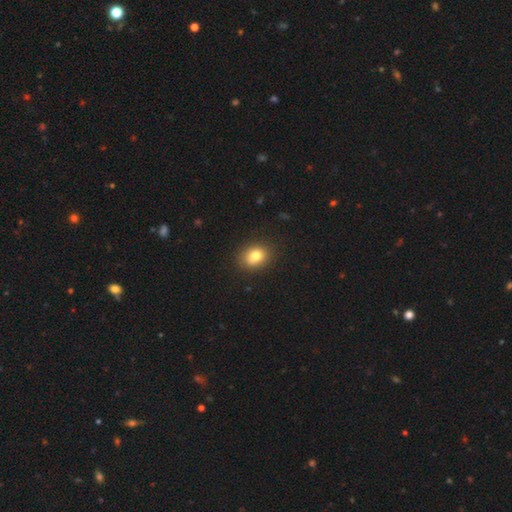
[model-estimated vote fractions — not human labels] Q: Smooth or featured?
A: smooth (79%); runner-up: star or artifact (11%)
Q: How rounded?
A: round (51%); runner-up: in between (48%)
Q: Merging?
A: none (84%); runner-up: minor disturbance (12%)